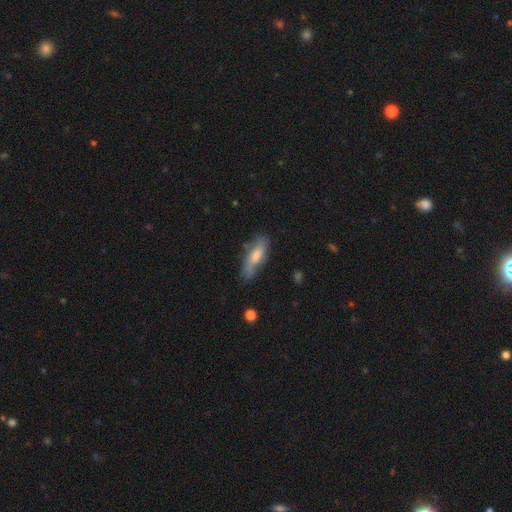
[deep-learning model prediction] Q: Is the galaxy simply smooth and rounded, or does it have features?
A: smooth — 55%.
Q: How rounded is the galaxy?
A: cigar-shaped — 52%.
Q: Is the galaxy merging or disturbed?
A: none — 69%.